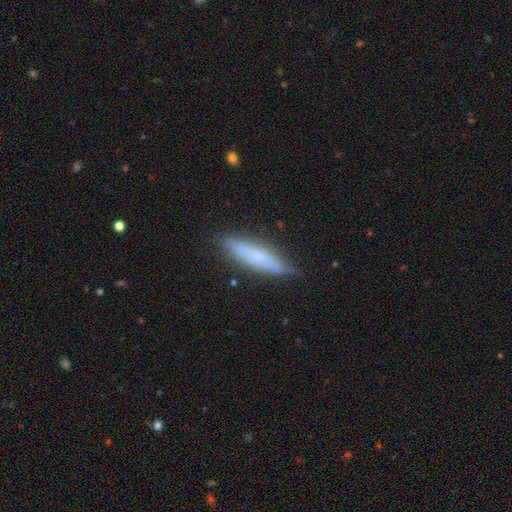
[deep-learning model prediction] Smooth or featured: smooth — 59% (featured or disk — 33%)
How rounded: cigar-shaped — 79% (in between — 20%)
Merging: none — 81% (minor disturbance — 14%)